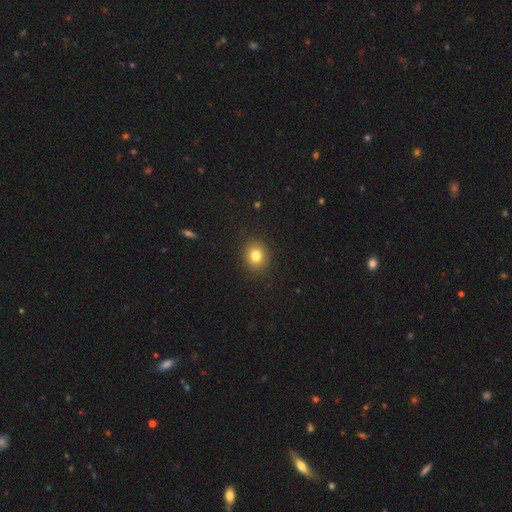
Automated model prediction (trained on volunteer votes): This is likely a smooth galaxy (80%). How rounded: likely round (71%). Merging: clearly none (89%).